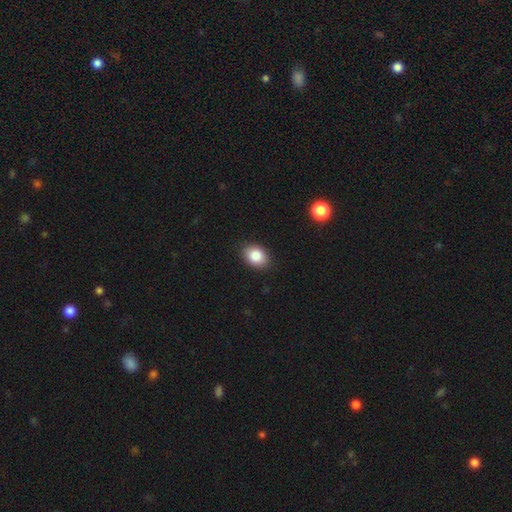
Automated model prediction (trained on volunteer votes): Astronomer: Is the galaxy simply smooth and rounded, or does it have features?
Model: smooth — 86%.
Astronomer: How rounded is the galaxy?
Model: in between — 73%.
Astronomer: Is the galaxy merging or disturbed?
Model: none — 89%.